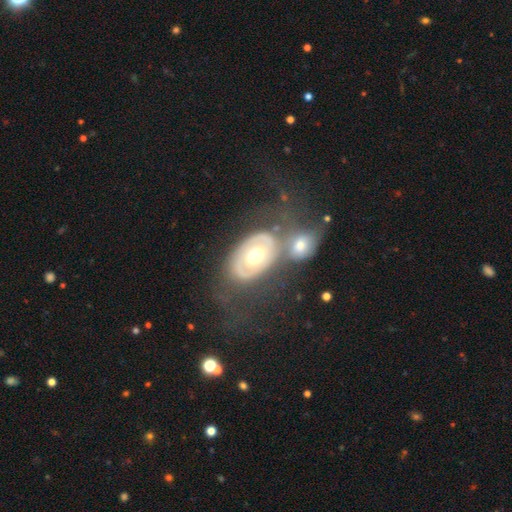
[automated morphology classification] Smooth or featured: featured or disk — 64% (smooth — 30%)
Edge-on disk: no — 93% (yes — 7%)
Bar: no — 80% (weak — 14%)
Spiral arms: no — 63% (yes — 37%)
Bulge size: moderate — 61% (large — 30%)
Merging: none — 41% (merger — 33%)